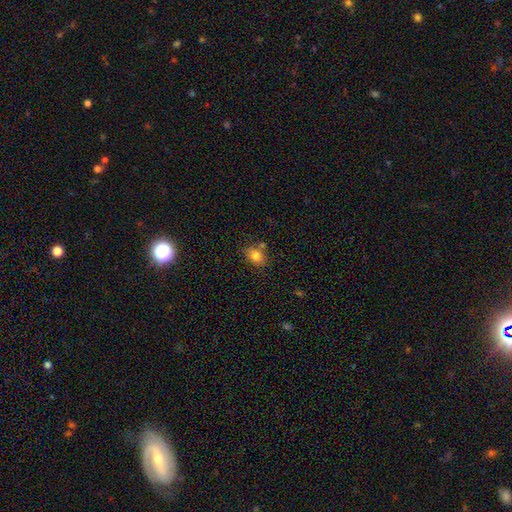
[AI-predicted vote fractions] A smooth galaxy with no disk features (80%) that is in between round and cigar-shaped (66%). Merging: none (66%).